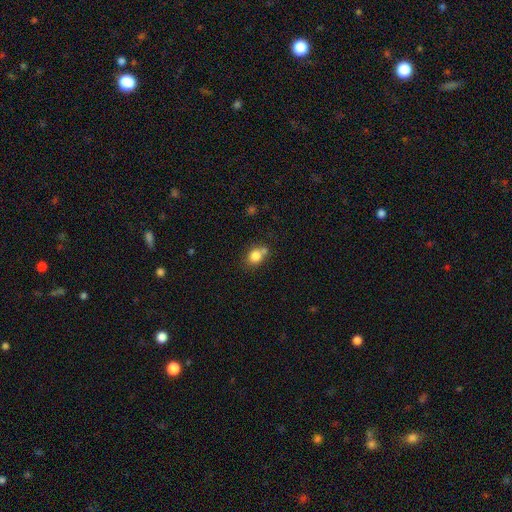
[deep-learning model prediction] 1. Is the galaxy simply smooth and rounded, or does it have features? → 81% smooth, 10% star or artifact, 8% featured or disk.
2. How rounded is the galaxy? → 56% round, 43% in between, 1% cigar-shaped.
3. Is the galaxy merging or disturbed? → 52% none, 29% merger, 14% minor disturbance, 5% major disturbance.